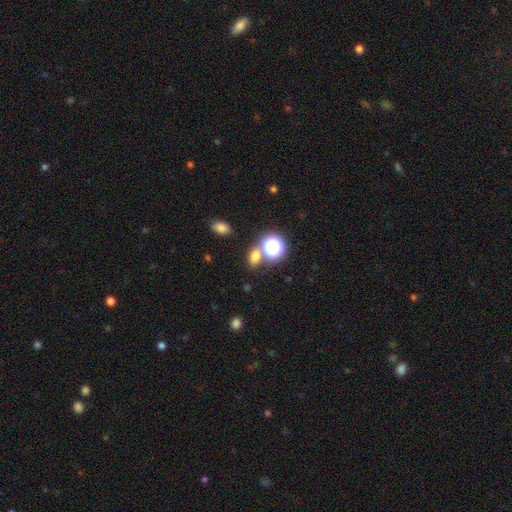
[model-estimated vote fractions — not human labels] smooth-or-featured: smooth: 68% | star or artifact: 24% | featured or disk: 8%
  how-rounded: in between: 54% | round: 44% | cigar-shaped: 2%
  merging: none: 67% | merger: 20% | minor disturbance: 9% | major disturbance: 4%